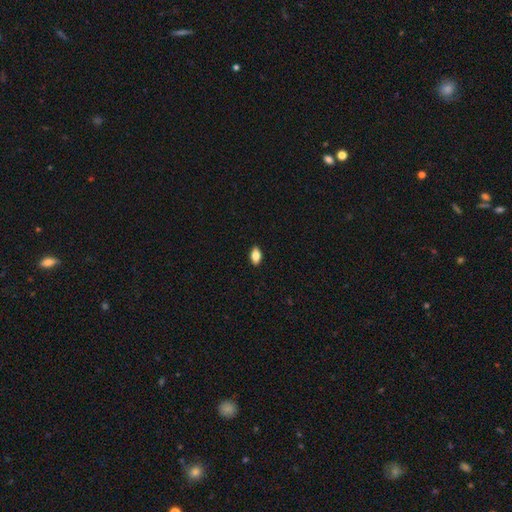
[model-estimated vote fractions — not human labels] Smooth or featured? Predicted: smooth (p=0.80). How rounded? Predicted: in between (p=0.90). Merging? Predicted: none (p=0.89).